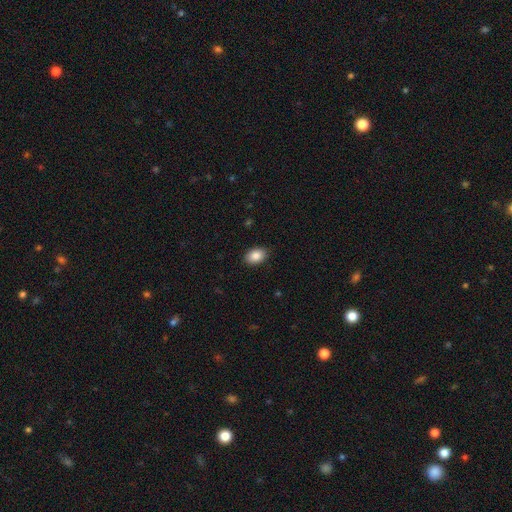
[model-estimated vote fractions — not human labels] The model was most divided on "how rounded": in between: 87%, round: 12%, cigar-shaped: 1%. More confident: merging — none (88%); smooth or featured — smooth (87%).